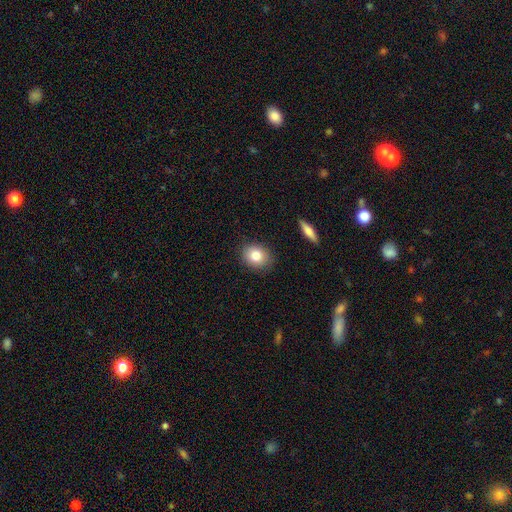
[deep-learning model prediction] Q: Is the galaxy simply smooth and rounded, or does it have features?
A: smooth — 80%.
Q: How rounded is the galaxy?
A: round — 54%.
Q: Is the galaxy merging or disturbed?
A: none — 86%.